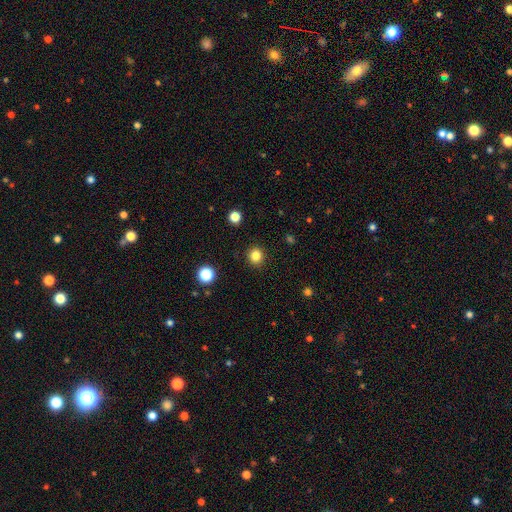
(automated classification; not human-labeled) Smooth or featured?
  - smooth: 83% *
  - star or artifact: 12%
  - featured or disk: 5%
How rounded?
  - round: 88% *
  - in between: 11%
  - cigar-shaped: 1%
Merging?
  - none: 91% *
  - minor disturbance: 6%
  - major disturbance: 2%
  - merger: 1%